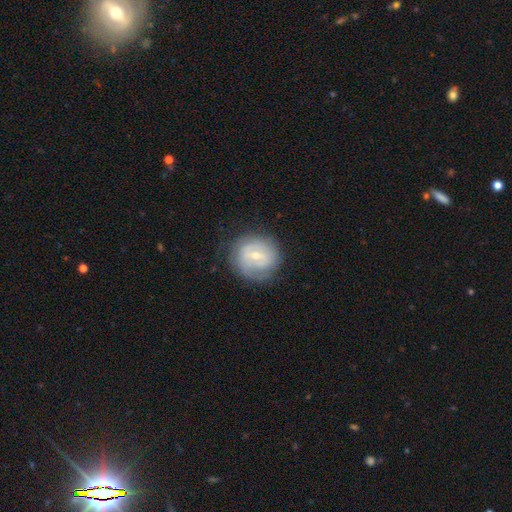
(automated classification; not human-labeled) Smooth or featured: featured or disk — 66% (smooth — 27%)
Edge-on disk: no — 97% (yes — 3%)
Bar: weak — 56% (no — 25%)
Spiral arms: yes — 76% (no — 24%)
Bulge size: small — 58% (moderate — 38%)
Merging: none — 73% (minor disturbance — 18%)